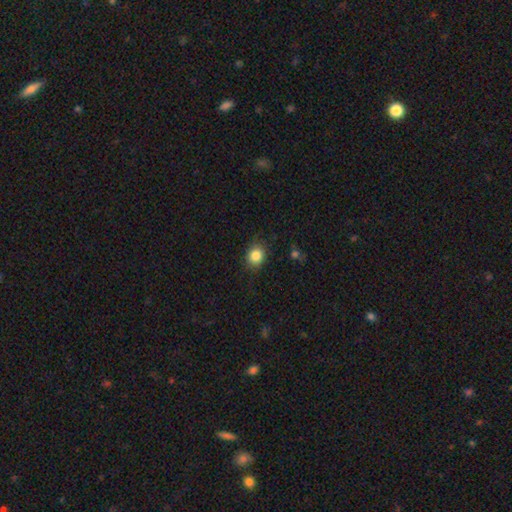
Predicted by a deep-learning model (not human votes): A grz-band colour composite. It shows a smooth galaxy with no disk features (85%) that is round (65%). Merging: none (82%).